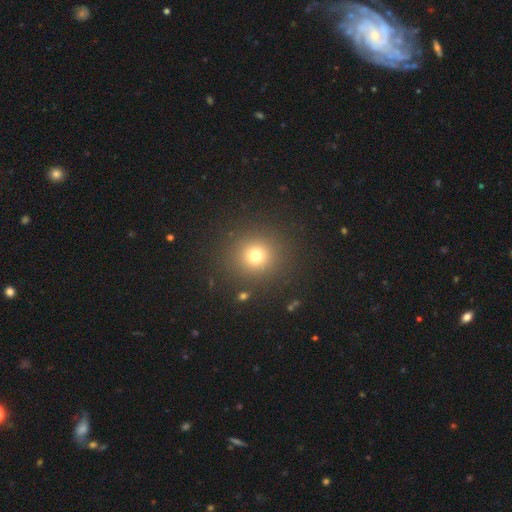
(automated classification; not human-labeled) Overall: smooth (73%). How rounded: round (92%). Merging: none (88%).